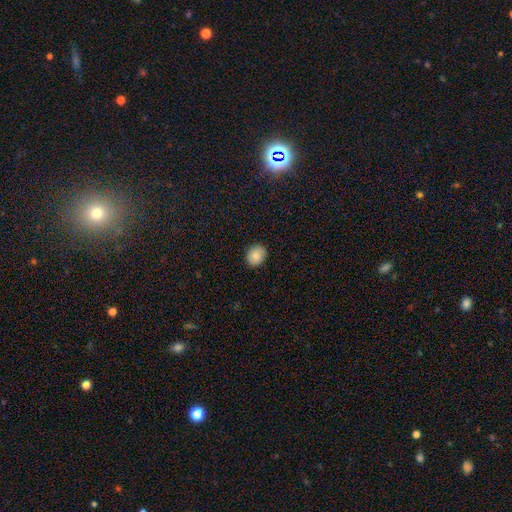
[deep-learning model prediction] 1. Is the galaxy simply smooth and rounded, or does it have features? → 86% smooth, 8% star or artifact, 6% featured or disk.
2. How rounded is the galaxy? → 53% in between, 47% round, 1% cigar-shaped.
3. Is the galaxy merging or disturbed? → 89% none, 8% minor disturbance, 2% major disturbance, 1% merger.